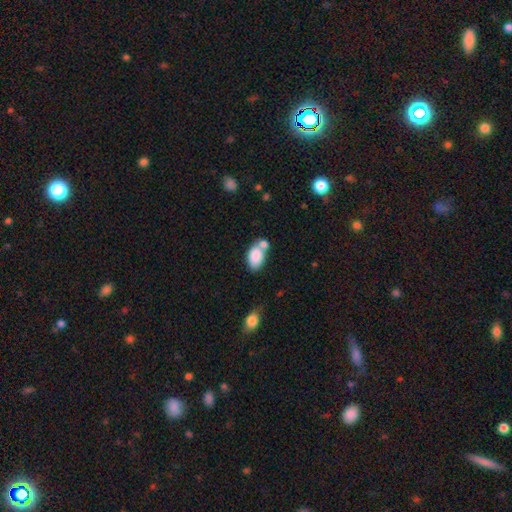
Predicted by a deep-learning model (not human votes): Smooth or featured?
  - smooth: 84% *
  - featured or disk: 9%
  - star or artifact: 7%
How rounded?
  - in between: 91% *
  - round: 8%
  - cigar-shaped: 1%
Merging?
  - none: 45% *
  - merger: 35%
  - minor disturbance: 16%
  - major disturbance: 5%